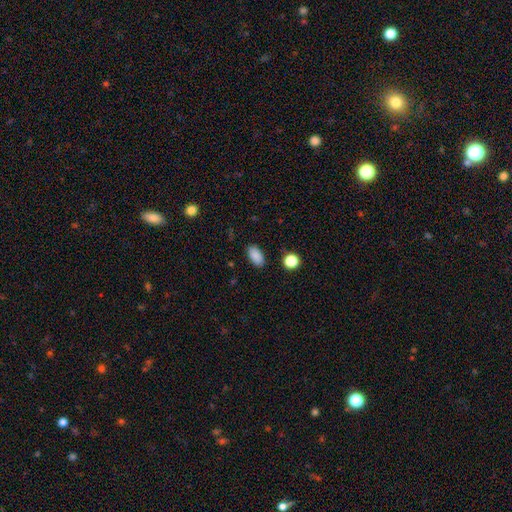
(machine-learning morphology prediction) Smooth or featured? smooth (87%)
How rounded? in between (92%)
Merging? none (88%)